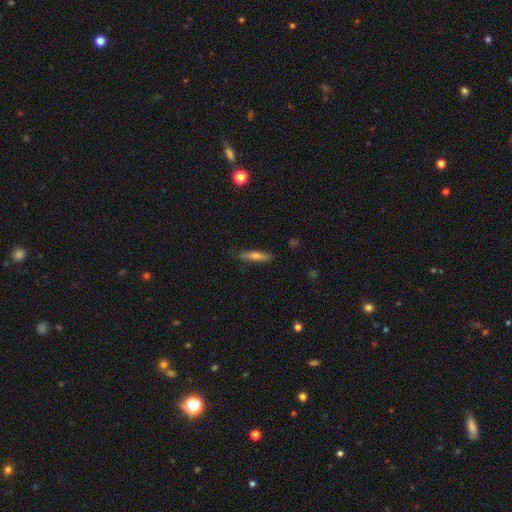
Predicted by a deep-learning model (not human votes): Smooth or featured?
  - smooth: 63% *
  - featured or disk: 30%
  - star or artifact: 7%
How rounded?
  - cigar-shaped: 84% *
  - in between: 14%
  - round: 2%
Merging?
  - none: 85% *
  - minor disturbance: 12%
  - major disturbance: 2%
  - merger: 1%